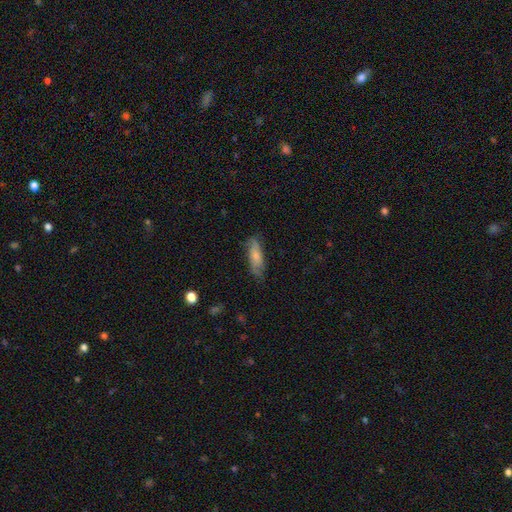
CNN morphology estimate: This appears to be a smooth galaxy with no disk features (65%) that is in between round and cigar-shaped (57%). Merging: none (69%).